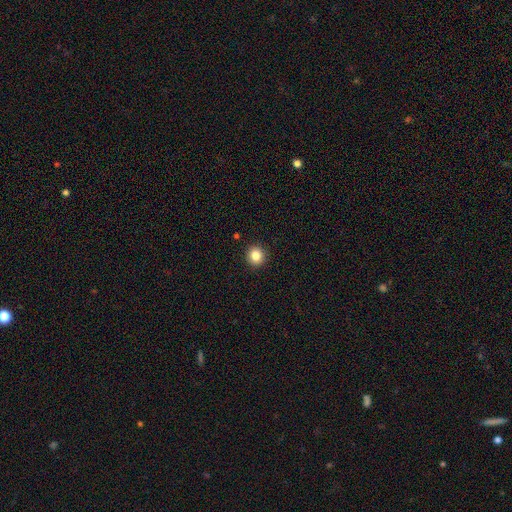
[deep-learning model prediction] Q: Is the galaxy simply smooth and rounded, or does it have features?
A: smooth — 84%.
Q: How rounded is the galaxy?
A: round — 90%.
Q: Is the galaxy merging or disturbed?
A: none — 93%.